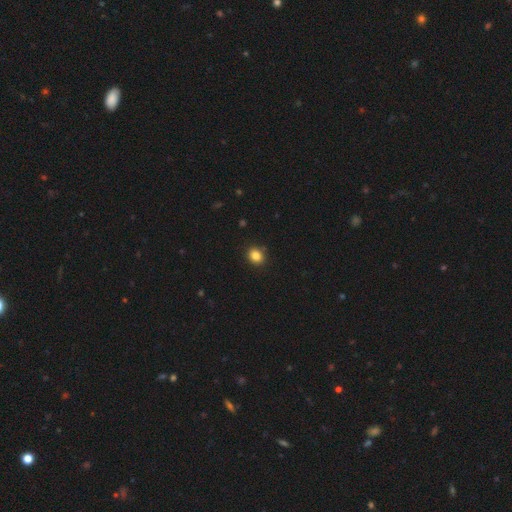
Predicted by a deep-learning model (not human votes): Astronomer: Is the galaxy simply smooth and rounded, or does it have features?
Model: smooth — 84%.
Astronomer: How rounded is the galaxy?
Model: round — 66%.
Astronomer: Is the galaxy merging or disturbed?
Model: none — 89%.